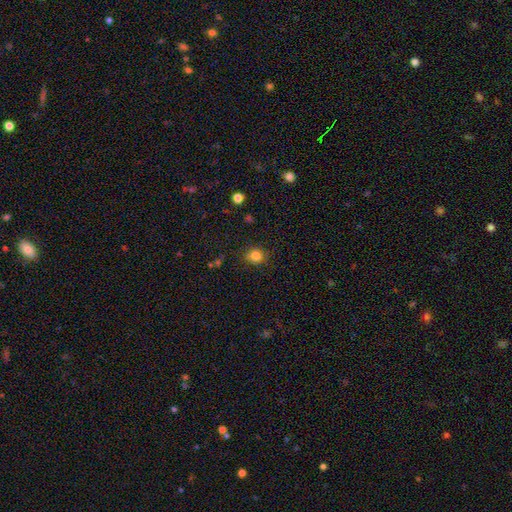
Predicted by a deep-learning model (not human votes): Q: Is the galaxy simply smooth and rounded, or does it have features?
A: smooth — 82%.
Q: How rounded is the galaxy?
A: round — 84%.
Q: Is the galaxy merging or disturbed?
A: none — 83%.